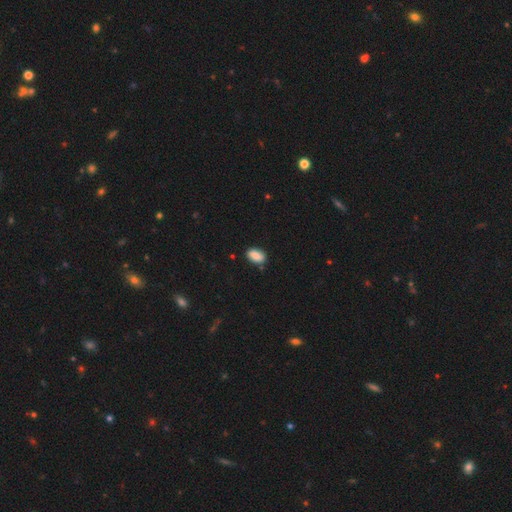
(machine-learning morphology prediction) This is clearly a smooth galaxy (87%). How rounded: clearly in between (91%). Merging: clearly none (81%).